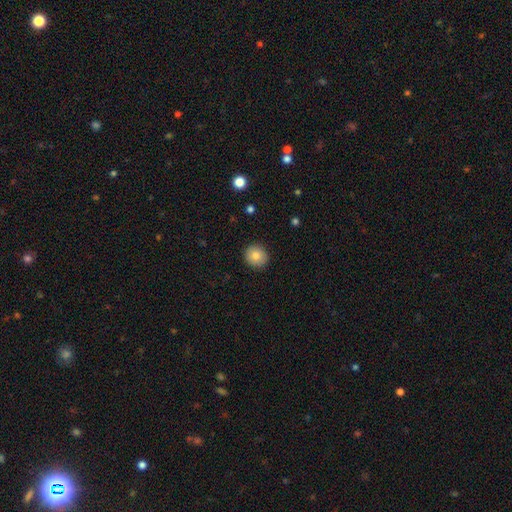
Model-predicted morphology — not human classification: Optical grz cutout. It shows a smooth galaxy with no disk features (82%) that is round (90%). Merging: none (91%).